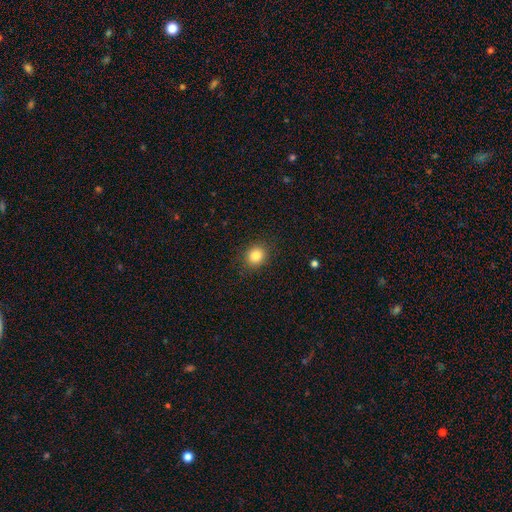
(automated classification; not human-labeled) Overall: smooth (84%). How rounded: round (75%). Merging: none (89%).